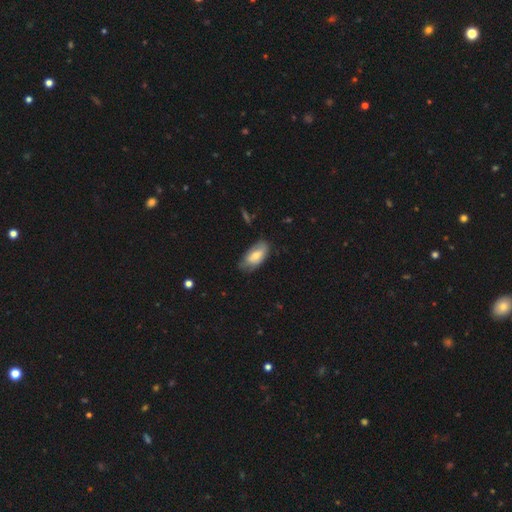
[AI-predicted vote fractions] Morphology: type=smooth (66%); roundness=in between (92%); merging=none (62%).